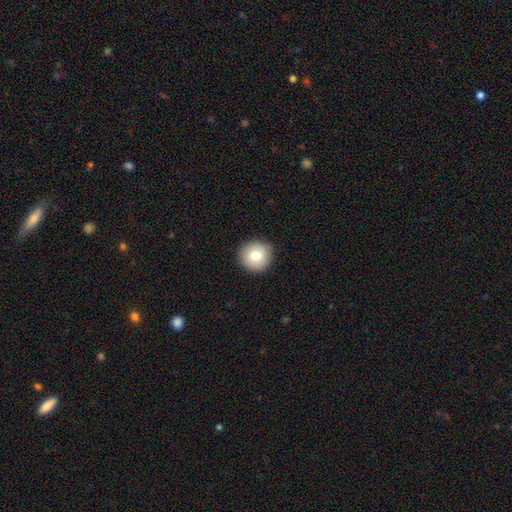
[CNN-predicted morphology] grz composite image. It shows a smooth galaxy with no disk features (78%) that is round (94%). Merging: none (91%).